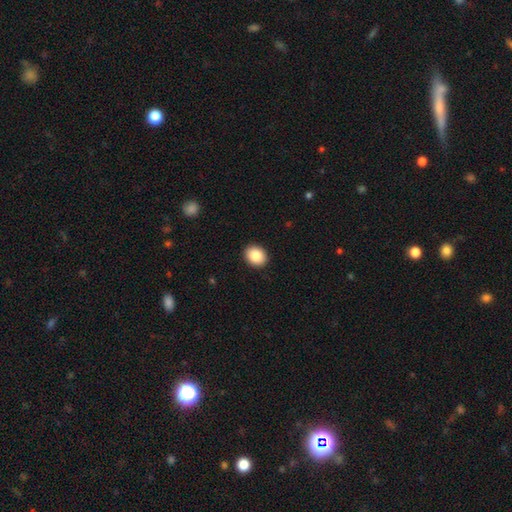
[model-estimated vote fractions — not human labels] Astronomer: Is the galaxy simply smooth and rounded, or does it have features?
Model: smooth — 86%.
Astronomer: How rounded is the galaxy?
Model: round — 53% (runner-up: in between, 46%).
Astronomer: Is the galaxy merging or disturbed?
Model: none — 92%.